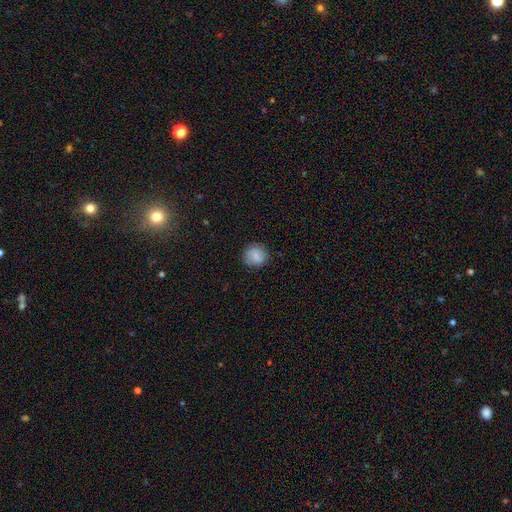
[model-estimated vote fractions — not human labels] smooth_or_featured: smooth (p=0.76) [alt: featured or disk p=0.15]
how_rounded: round (p=0.88) [alt: in between p=0.11]
merging: none (p=0.83) [alt: minor disturbance p=0.12]